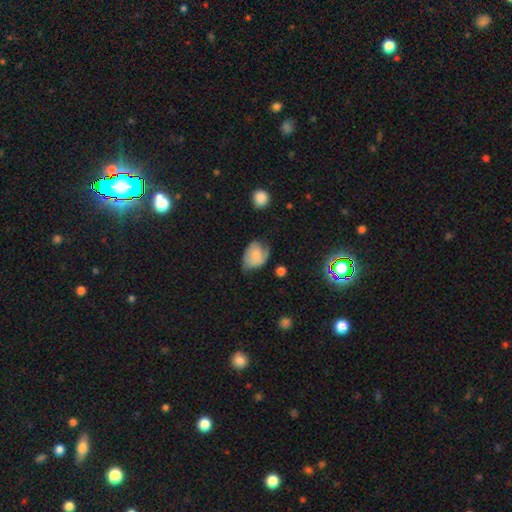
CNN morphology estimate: The model was most divided on "merging": minor disturbance: 41%, none: 40%, major disturbance: 16%, merger: 3%. More confident: how rounded — in between (68%); smooth or featured — smooth (59%).